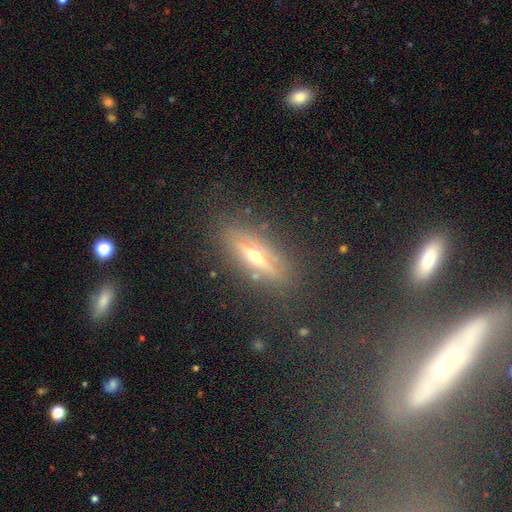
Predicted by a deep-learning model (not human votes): Morphology: type=featured or disk (68%); edge-on=yes (90%); edge-on bulge=rounded (93%); merging=none (85%).